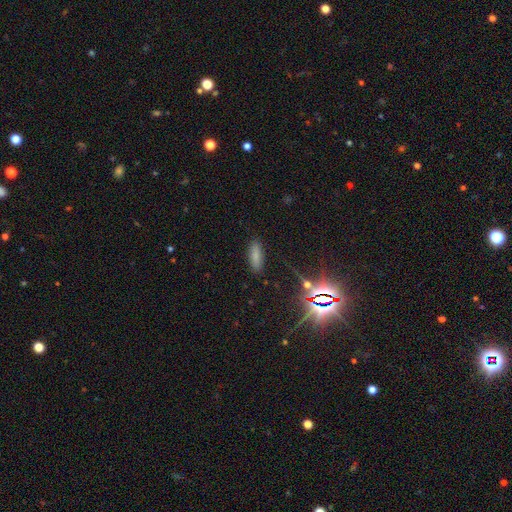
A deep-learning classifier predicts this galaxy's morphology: A smooth galaxy with no disk features (76%) that is in between round and cigar-shaped (60%). Merging: none (88%).